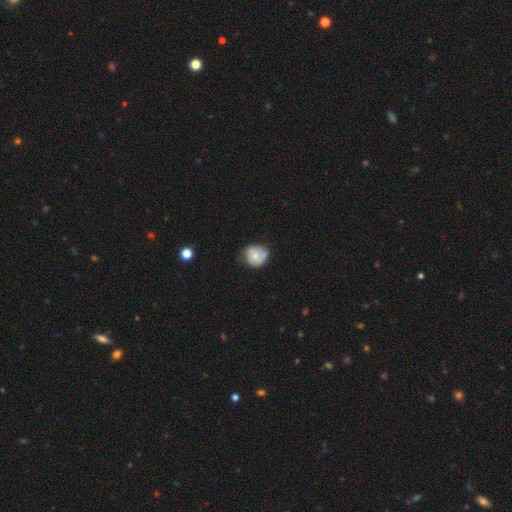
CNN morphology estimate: The model was most divided on "smooth or featured": smooth: 52%, featured or disk: 40%, star or artifact: 8%. More confident: how rounded — round (76%); merging — none (56%).